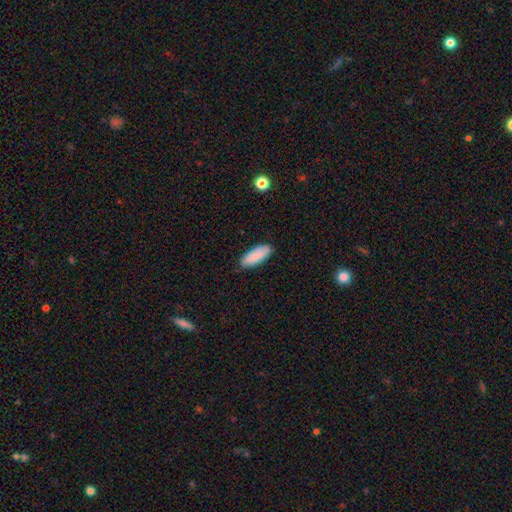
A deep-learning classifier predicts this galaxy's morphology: Smooth or featured? Predicted: smooth (p=0.86). How rounded? Predicted: in between (p=0.75). Merging? Predicted: none (p=0.87).